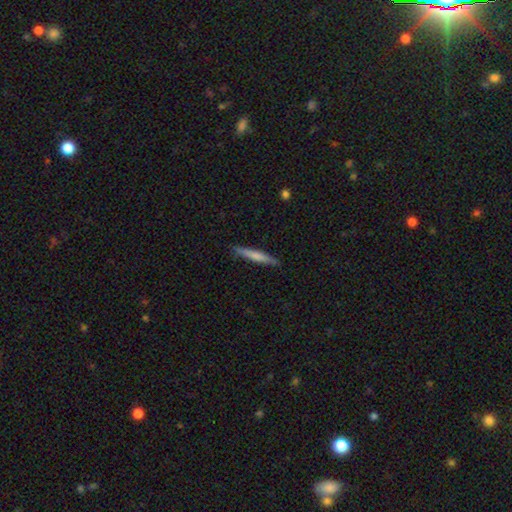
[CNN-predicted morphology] This is likely a smooth galaxy (64%). How rounded: clearly cigar-shaped (95%). Merging: clearly none (88%).